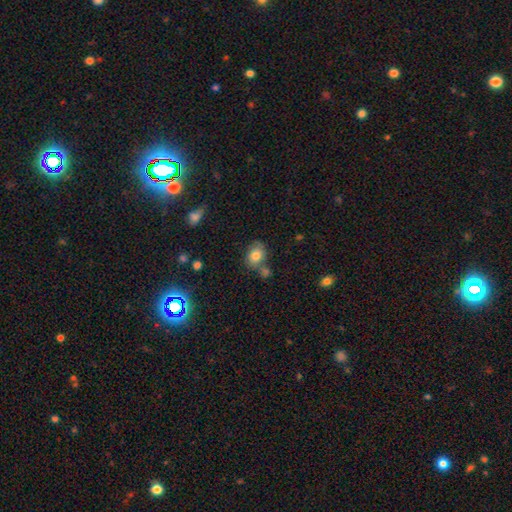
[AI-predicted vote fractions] smooth 78%, featured or disk 12%, star or artifact 10%. Down the decision tree: how rounded — in between (61%); merging — none (59%).